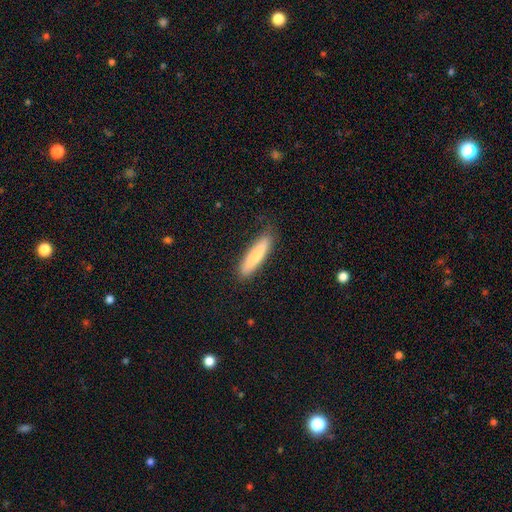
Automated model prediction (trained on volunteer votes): smooth_or_featured: smooth (p=0.78) [alt: featured or disk p=0.16]
how_rounded: cigar-shaped (p=0.83) [alt: in between p=0.16]
merging: none (p=0.82) [alt: minor disturbance p=0.14]